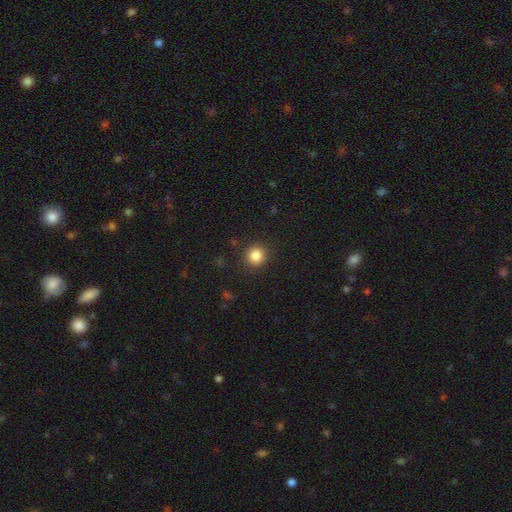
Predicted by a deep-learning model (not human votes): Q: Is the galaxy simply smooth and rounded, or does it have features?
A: smooth — 85%.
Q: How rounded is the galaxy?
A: round — 92%.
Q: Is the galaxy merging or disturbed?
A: none — 90%.